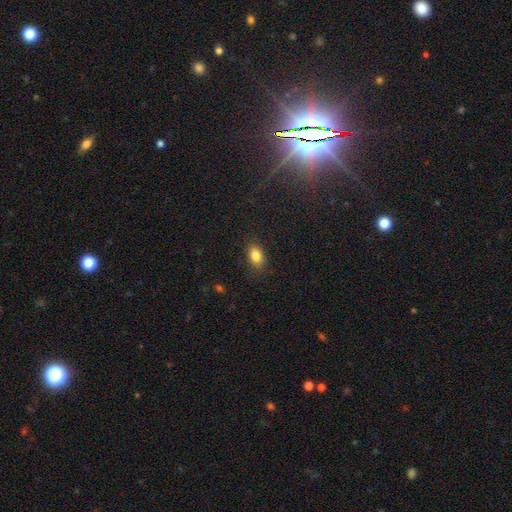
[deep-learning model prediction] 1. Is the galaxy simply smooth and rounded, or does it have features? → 84% smooth, 9% star or artifact, 7% featured or disk.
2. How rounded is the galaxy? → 84% in between, 14% round, 2% cigar-shaped.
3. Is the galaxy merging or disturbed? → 86% none, 10% minor disturbance, 3% major disturbance, 1% merger.